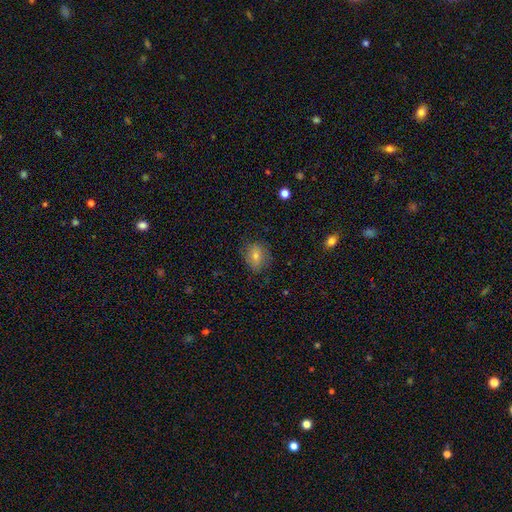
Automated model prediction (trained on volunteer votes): A smooth galaxy with no disk features (65%) that is round (58%). Merging: none (78%).